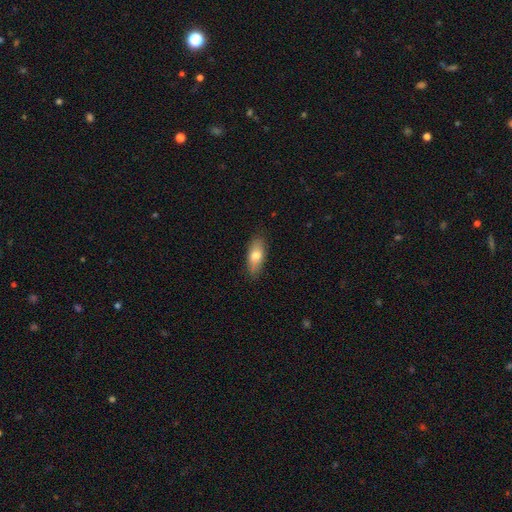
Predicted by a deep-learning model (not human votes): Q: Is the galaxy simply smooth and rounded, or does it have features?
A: smooth — 74%.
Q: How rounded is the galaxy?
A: in between — 77%.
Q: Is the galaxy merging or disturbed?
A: none — 82%.